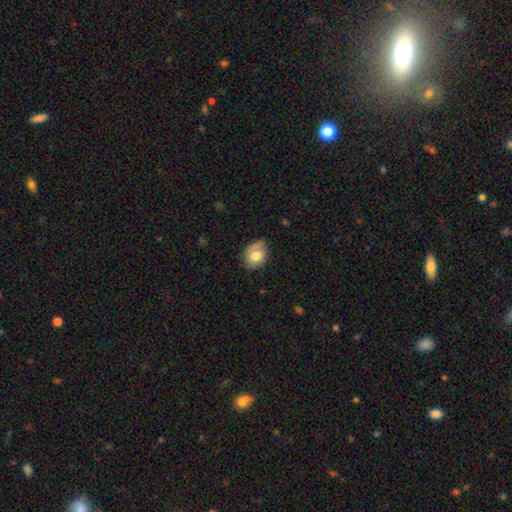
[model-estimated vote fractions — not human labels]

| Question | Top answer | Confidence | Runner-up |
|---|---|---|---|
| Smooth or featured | smooth | 69% | featured or disk (23%) |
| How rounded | in between | 57% | round (42%) |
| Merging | none | 51% | minor disturbance (33%) |